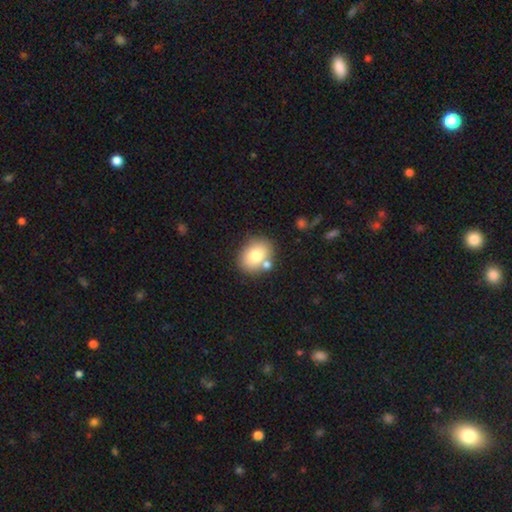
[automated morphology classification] Smooth or featured? smooth (77%)
How rounded? in between (56%)
Merging? none (71%)